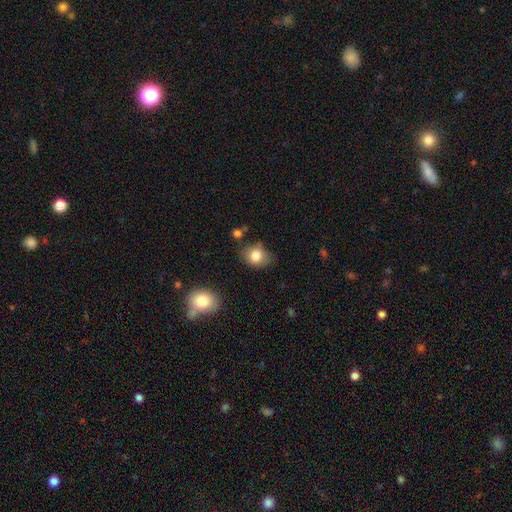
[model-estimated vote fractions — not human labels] A smooth galaxy with no disk features (81%) that is round (54%).

Vote fractions:
- Smooth or featured? smooth: 81% / featured or disk: 10% / star or artifact: 9%
- How rounded? round: 54% / in between: 45% / cigar-shaped: 1%
- Merging? none: 69% / minor disturbance: 22% / major disturbance: 5% / merger: 4%